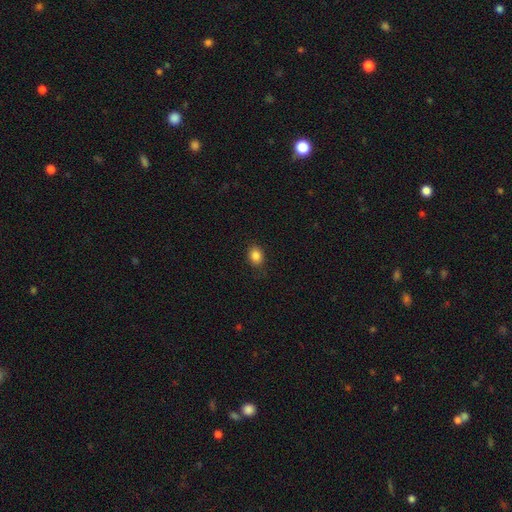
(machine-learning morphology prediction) Q: Smooth or featured?
A: smooth (85%); runner-up: star or artifact (10%)
Q: How rounded?
A: in between (55%); runner-up: round (44%)
Q: Merging?
A: none (85%); runner-up: minor disturbance (11%)